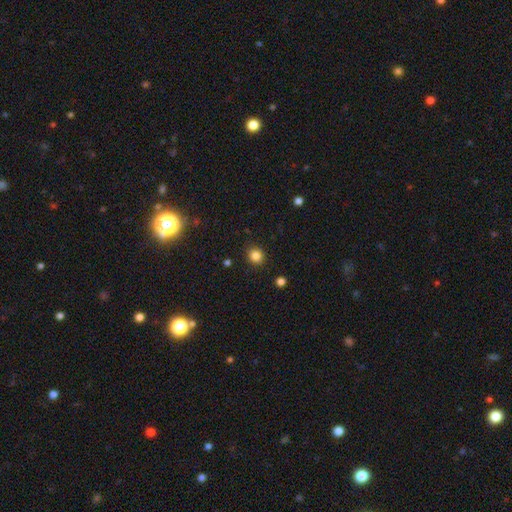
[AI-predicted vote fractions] A smooth galaxy with no disk features (84%) that is round (83%).

Vote fractions:
- Smooth or featured? smooth: 84% / star or artifact: 12% / featured or disk: 4%
- How rounded? round: 83% / in between: 16% / cigar-shaped: 1%
- Merging? none: 89% / minor disturbance: 7% / major disturbance: 2% / merger: 1%